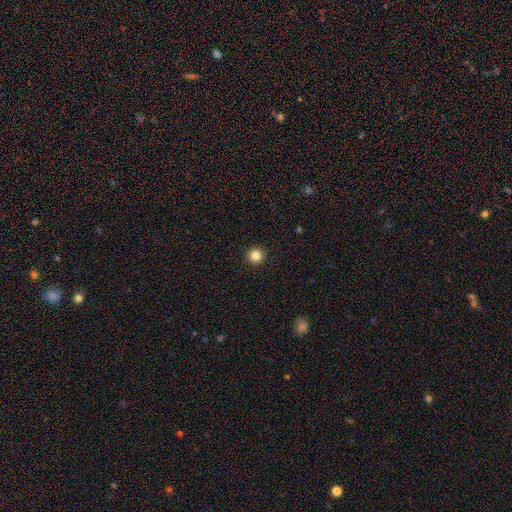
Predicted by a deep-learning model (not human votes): A smooth galaxy with no disk features (85%) that is round (96%). Merging: none (94%).